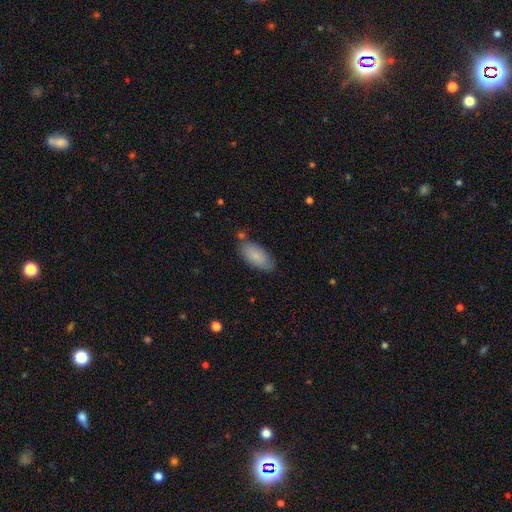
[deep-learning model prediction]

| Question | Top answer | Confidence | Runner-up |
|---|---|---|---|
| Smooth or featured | smooth | 84% | featured or disk (10%) |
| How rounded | in between | 87% | cigar-shaped (11%) |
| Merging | none | 74% | minor disturbance (17%) |